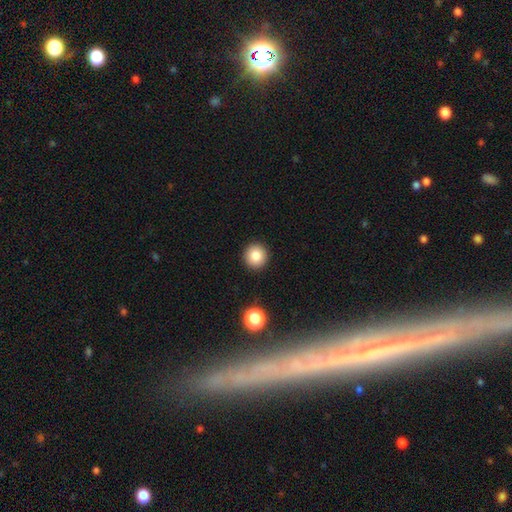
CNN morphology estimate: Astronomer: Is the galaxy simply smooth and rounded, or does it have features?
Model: smooth — 83%.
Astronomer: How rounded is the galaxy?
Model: round — 94%.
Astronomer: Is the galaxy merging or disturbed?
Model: none — 92%.